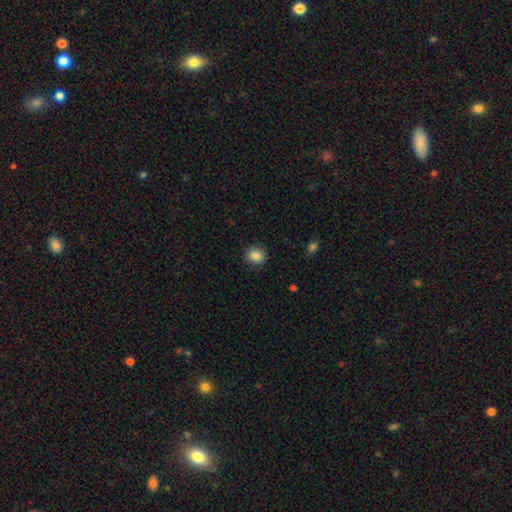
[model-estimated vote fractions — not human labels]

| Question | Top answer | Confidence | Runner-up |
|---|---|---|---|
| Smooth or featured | smooth | 87% | star or artifact (10%) |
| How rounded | round | 65% | in between (34%) |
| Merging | none | 86% | minor disturbance (10%) |